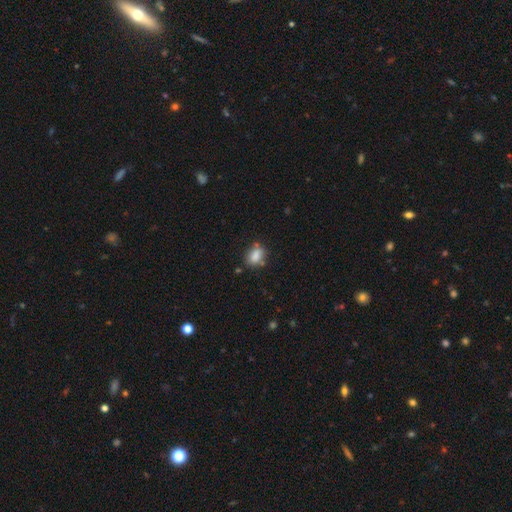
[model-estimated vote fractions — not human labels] smooth-or-featured: smooth: 81% | star or artifact: 10% | featured or disk: 9%
  how-rounded: in between: 66% | round: 32% | cigar-shaped: 2%
  merging: none: 63% | minor disturbance: 21% | merger: 10% | major disturbance: 5%